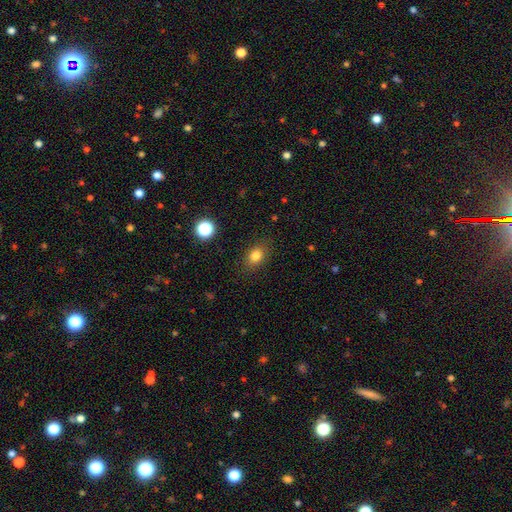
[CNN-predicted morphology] A smooth galaxy with no disk features (81%) that is in between round and cigar-shaped (69%).

Vote fractions:
- Smooth or featured? smooth: 81% / star or artifact: 12% / featured or disk: 7%
- How rounded? in between: 69% / round: 30% / cigar-shaped: 2%
- Merging? none: 84% / minor disturbance: 11% / major disturbance: 3% / merger: 1%